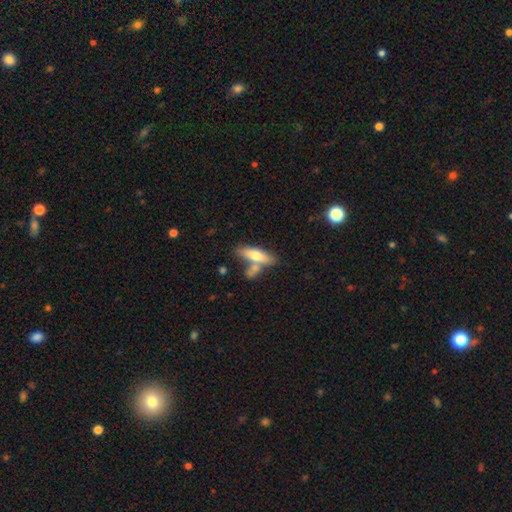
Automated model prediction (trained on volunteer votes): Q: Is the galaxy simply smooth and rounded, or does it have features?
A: smooth — 66%.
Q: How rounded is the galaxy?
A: cigar-shaped — 52%.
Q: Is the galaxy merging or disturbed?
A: none — 52%.